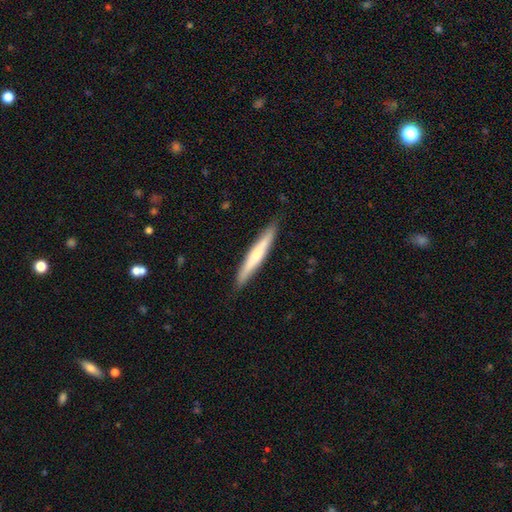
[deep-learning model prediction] Smooth or featured? Predicted: smooth (p=0.48). Merging? Predicted: none (p=0.88).